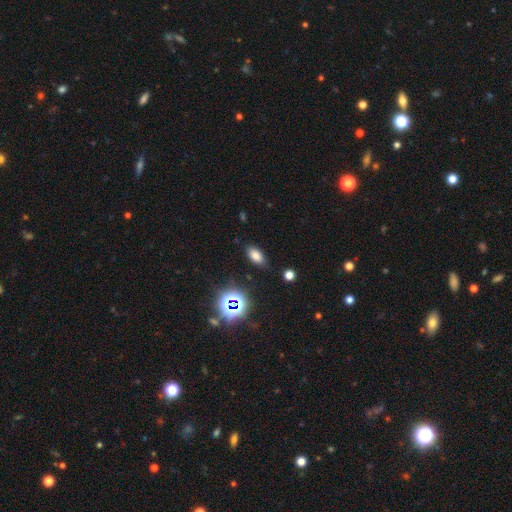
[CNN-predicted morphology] Smooth or featured? smooth (73%)
How rounded? in between (89%)
Merging? none (84%)